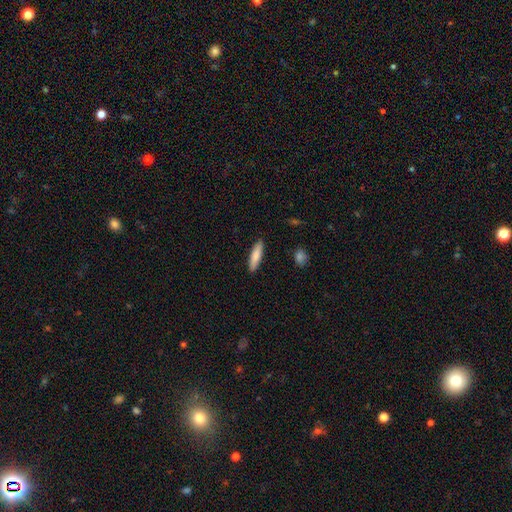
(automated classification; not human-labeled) smooth-or-featured: smooth: 82% | featured or disk: 12% | star or artifact: 6%
  how-rounded: cigar-shaped: 71% | in between: 28% | round: 1%
  merging: none: 89% | minor disturbance: 8% | major disturbance: 2% | merger: 1%